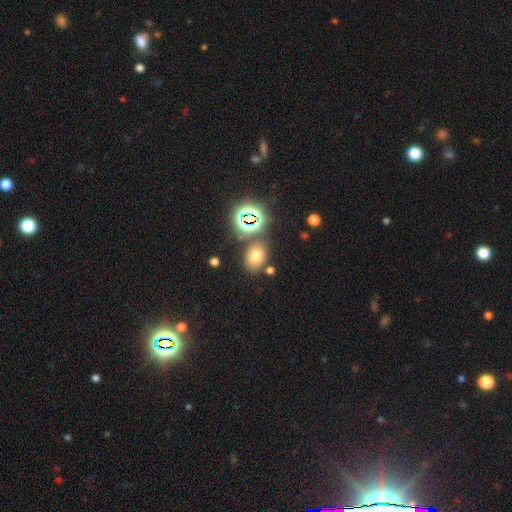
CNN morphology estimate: Smooth or featured: smooth — 66% (star or artifact — 24%)
How rounded: in between — 67% (round — 32%)
Merging: none — 74% (minor disturbance — 12%)